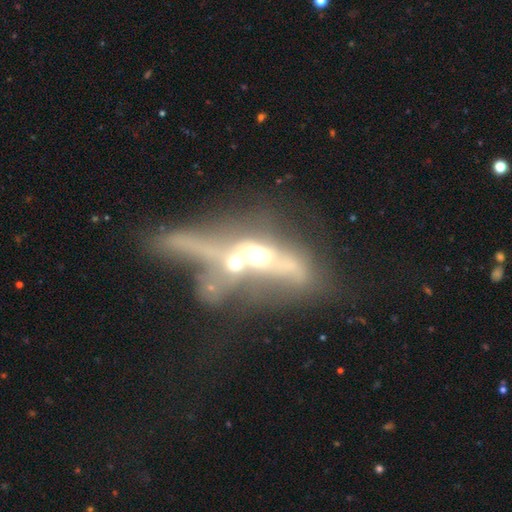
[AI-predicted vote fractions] smooth-or-featured: featured or disk: 51% | smooth: 33% | star or artifact: 15%
  disk-edge-on: no: 74% | yes: 26%
  merging: merger: 67% | major disturbance: 21% | none: 7% | minor disturbance: 4%